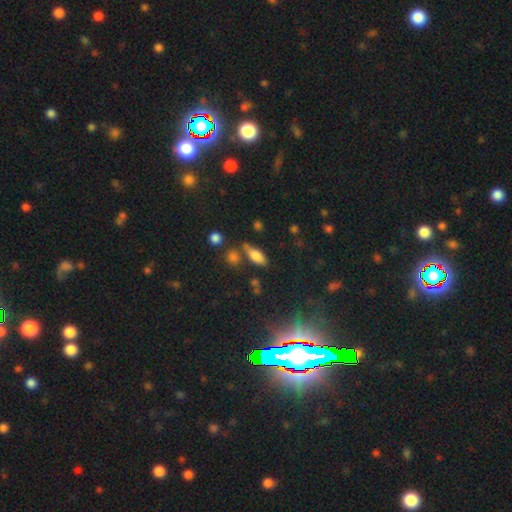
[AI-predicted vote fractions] This appears to be a smooth galaxy with no disk features (70%) that is in between round and cigar-shaped (68%). Merging: none (68%).